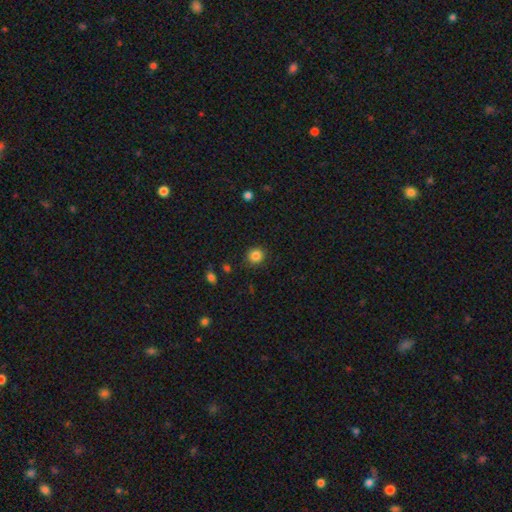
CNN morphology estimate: smooth_or_featured: smooth (p=0.85) [alt: star or artifact p=0.11]
how_rounded: round (p=0.86) [alt: in between p=0.14]
merging: none (p=0.88) [alt: minor disturbance p=0.08]